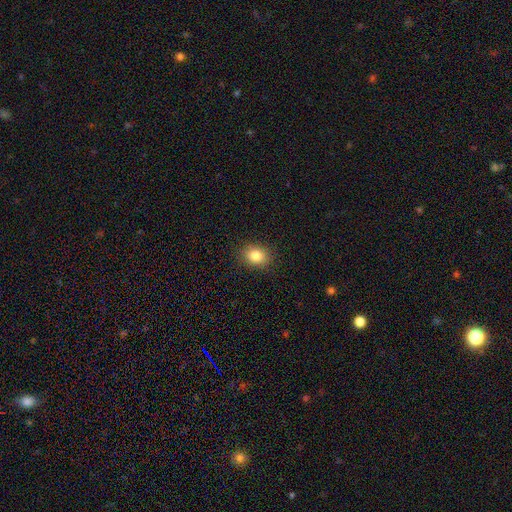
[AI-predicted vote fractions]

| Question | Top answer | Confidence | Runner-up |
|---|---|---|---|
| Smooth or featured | smooth | 84% | star or artifact (10%) |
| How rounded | in between | 58% | round (41%) |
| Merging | none | 88% | minor disturbance (8%) |